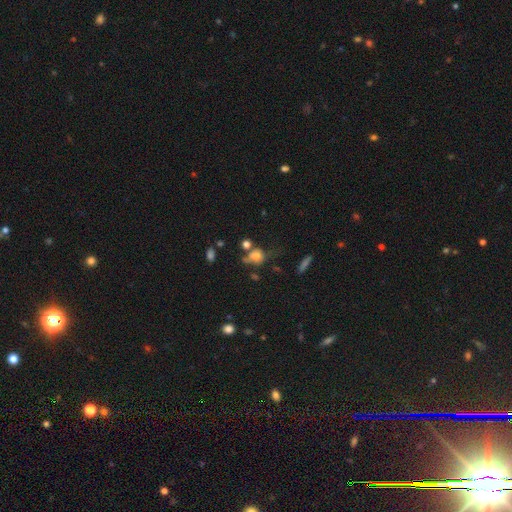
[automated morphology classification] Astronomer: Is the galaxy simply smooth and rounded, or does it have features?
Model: smooth — 65%.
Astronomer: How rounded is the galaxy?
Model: round — 61% (runner-up: in between, 37%).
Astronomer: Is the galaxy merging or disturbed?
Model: none — 39% (runner-up: minor disturbance, 23%).